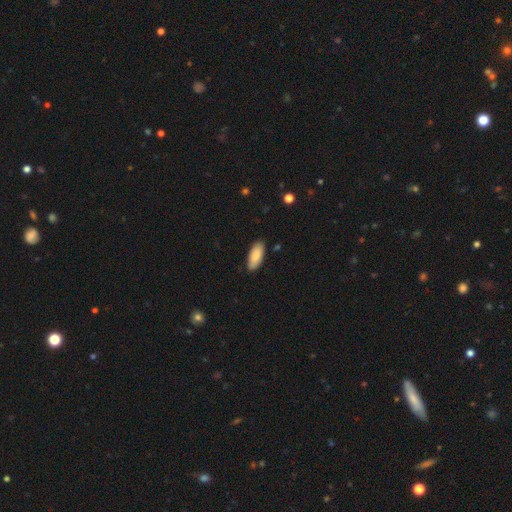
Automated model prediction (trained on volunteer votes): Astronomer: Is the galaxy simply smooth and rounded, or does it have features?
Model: smooth — 87%.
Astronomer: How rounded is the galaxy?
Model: in between — 84%.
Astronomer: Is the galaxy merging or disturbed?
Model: none — 85%.